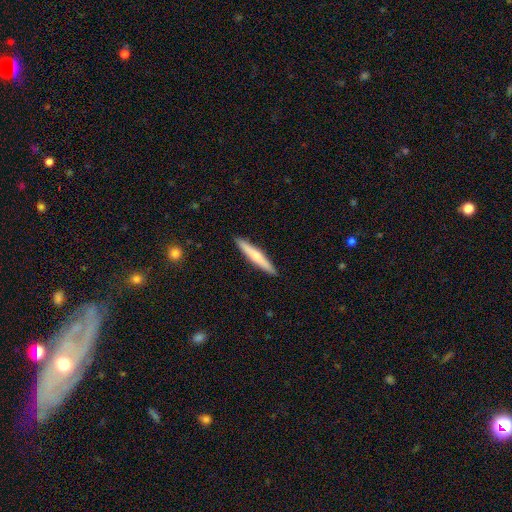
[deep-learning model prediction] The model was most divided on "smooth or featured": smooth: 55%, featured or disk: 40%, star or artifact: 5%. More confident: how rounded — cigar-shaped (94%); merging — none (92%).